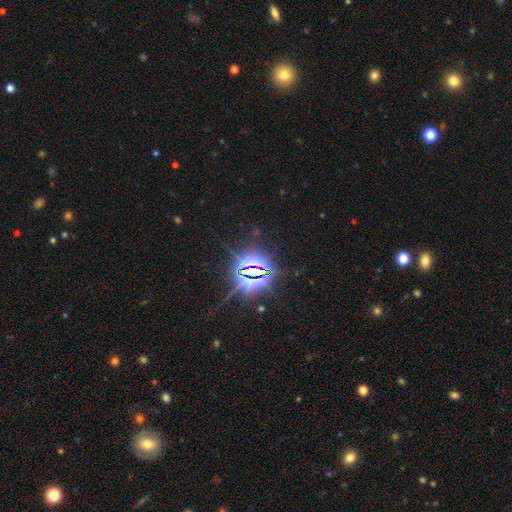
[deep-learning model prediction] Morphology: type=star or artifact (84%).